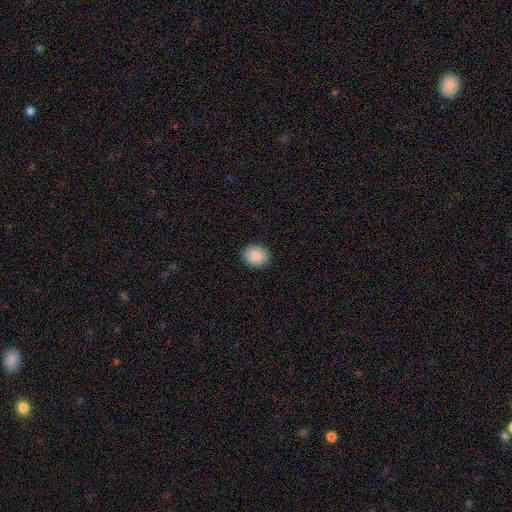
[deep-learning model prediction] A smooth galaxy with no disk features (88%) that is round (78%). Merging: none (91%).